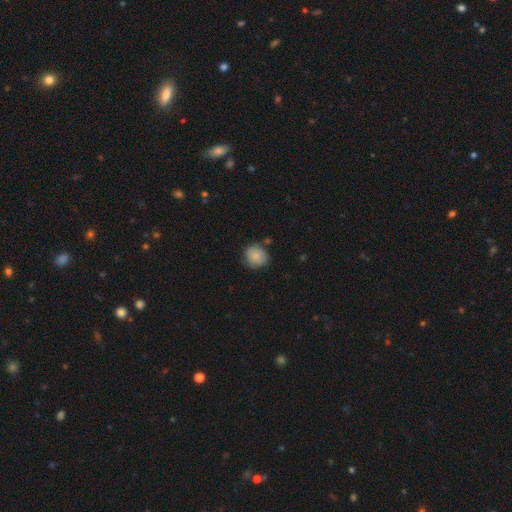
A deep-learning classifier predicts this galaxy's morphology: smooth_or_featured: smooth (p=0.83) [alt: featured or disk p=0.09]
how_rounded: round (p=0.86) [alt: in between p=0.13]
merging: none (p=0.71) [alt: minor disturbance p=0.21]